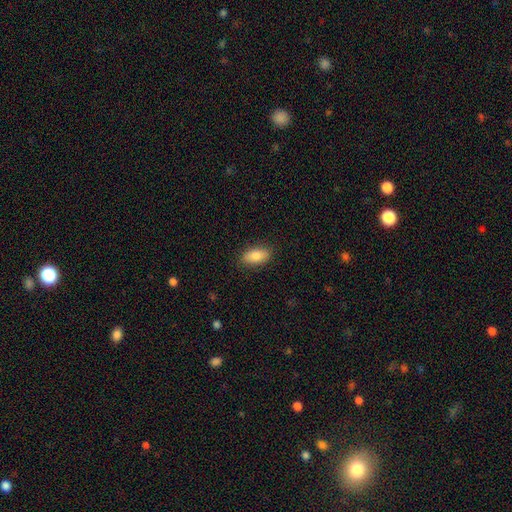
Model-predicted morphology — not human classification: smooth_or_featured: smooth (p=0.85) [alt: featured or disk p=0.08]
how_rounded: in between (p=0.90) [alt: cigar-shaped p=0.06]
merging: none (p=0.87) [alt: minor disturbance p=0.10]